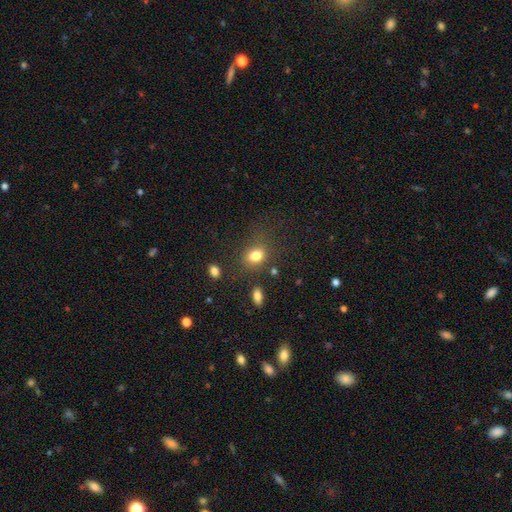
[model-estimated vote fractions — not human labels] This is clearly a smooth galaxy (81%). How rounded: possibly in between (56%). Merging: likely none (68%).